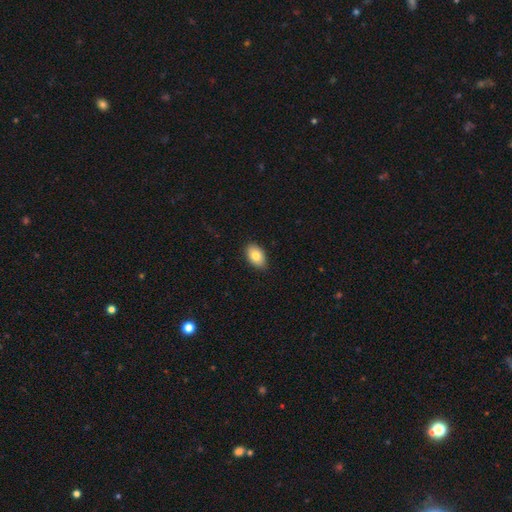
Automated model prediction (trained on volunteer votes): smooth 81%, featured or disk 12%, star or artifact 7%. Down the decision tree: how rounded — in between (90%); merging — none (87%).